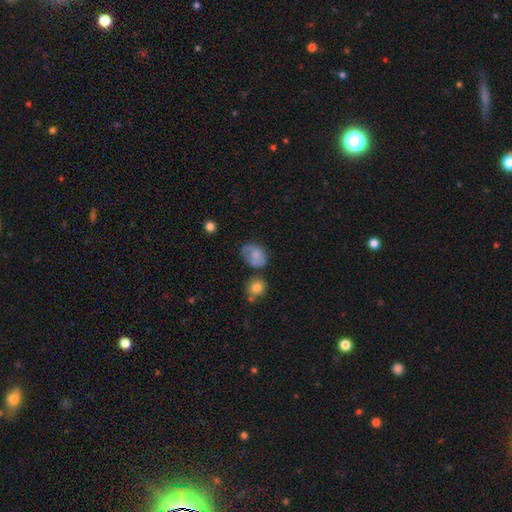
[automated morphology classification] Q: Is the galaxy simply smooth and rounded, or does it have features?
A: smooth — 65%.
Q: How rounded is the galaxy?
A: in between — 64%.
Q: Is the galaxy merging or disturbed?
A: none — 42%.